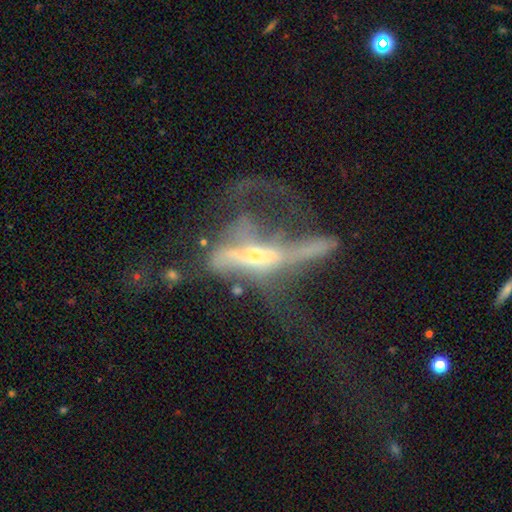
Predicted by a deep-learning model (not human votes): This appears to be a featured or disk galaxy (66%). Merging: major disturbance (53%).